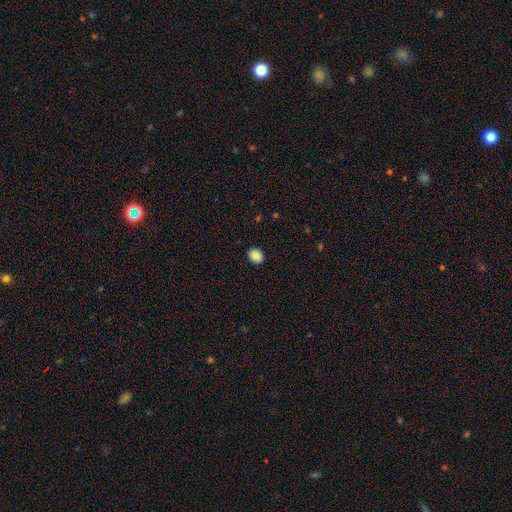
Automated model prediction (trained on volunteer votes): Smooth or featured? smooth (84%)
How rounded? round (60%)
Merging? none (91%)